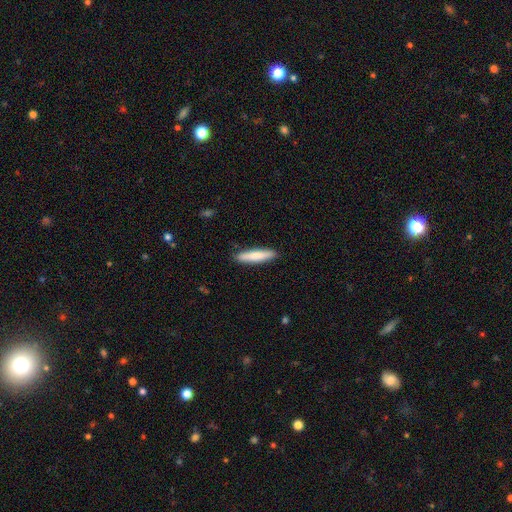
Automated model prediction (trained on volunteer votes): Overall: smooth (77%). How rounded: cigar-shaped (86%). Merging: none (89%).